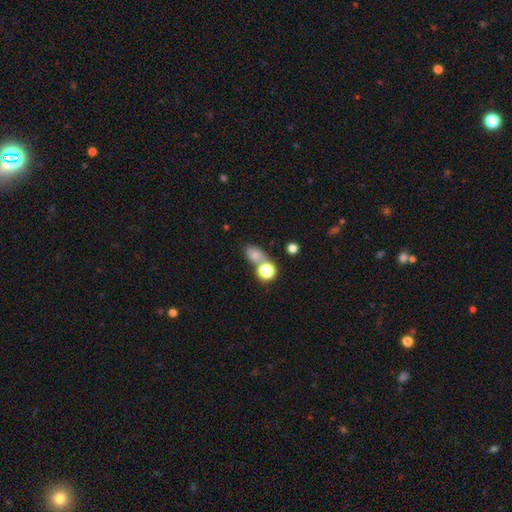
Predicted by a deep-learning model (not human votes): Overall: smooth (75%). How rounded: in between (61%; round 36%). Merging: merger (40%, tied with none).